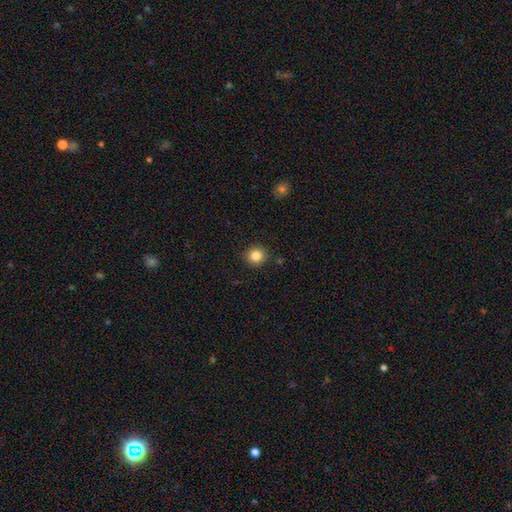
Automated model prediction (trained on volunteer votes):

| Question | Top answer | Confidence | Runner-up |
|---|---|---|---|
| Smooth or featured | smooth | 84% | star or artifact (11%) |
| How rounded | round | 91% | in between (8%) |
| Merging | none | 91% | minor disturbance (6%) |